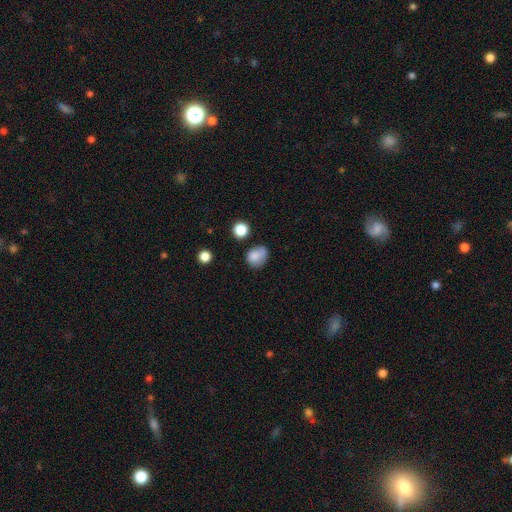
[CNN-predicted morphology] A smooth galaxy with no disk features (80%) that is round (54%).

Vote fractions:
- Smooth or featured? smooth: 80% / star or artifact: 10% / featured or disk: 9%
- How rounded? round: 54% / in between: 45% / cigar-shaped: 1%
- Merging? none: 49% / minor disturbance: 30% / major disturbance: 12% / merger: 9%